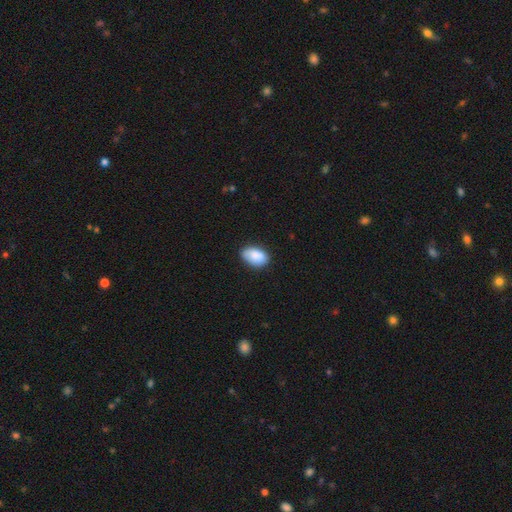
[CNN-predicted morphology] This appears to be a smooth galaxy with no disk features (87%) that is in between round and cigar-shaped (91%). Merging: none (79%).